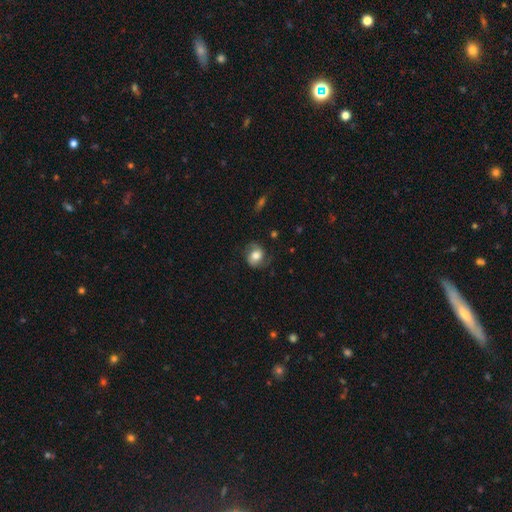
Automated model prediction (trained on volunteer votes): Smooth or featured: smooth — 52% (featured or disk — 40%)
How rounded: round — 56% (in between — 43%)
Merging: none — 69% (minor disturbance — 20%)